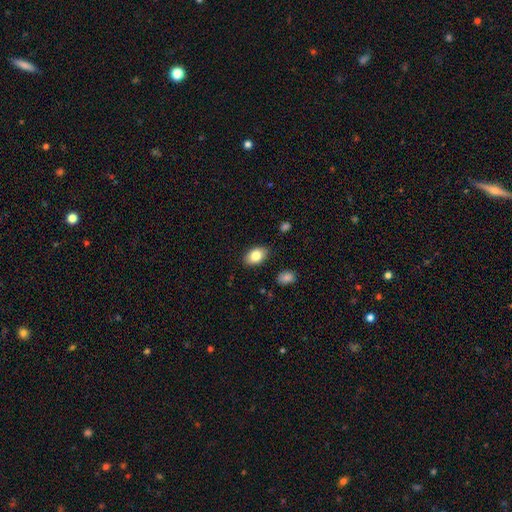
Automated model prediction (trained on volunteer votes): Smooth or featured: smooth — 84% (featured or disk — 9%)
How rounded: in between — 87% (round — 11%)
Merging: none — 87% (minor disturbance — 9%)